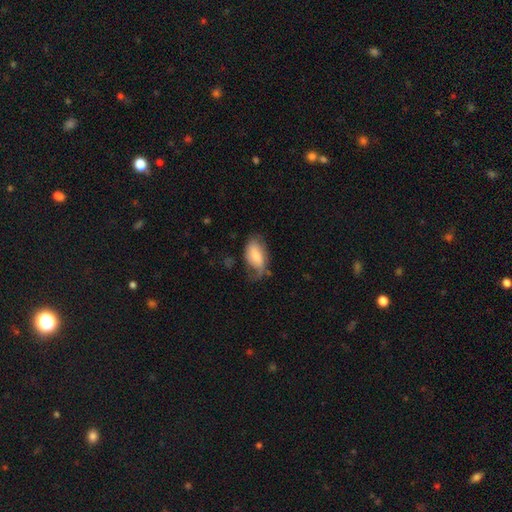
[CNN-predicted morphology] Smooth or featured? Predicted: smooth (p=0.58). How rounded? Predicted: in between (p=0.92). Merging? Predicted: none (p=0.38).